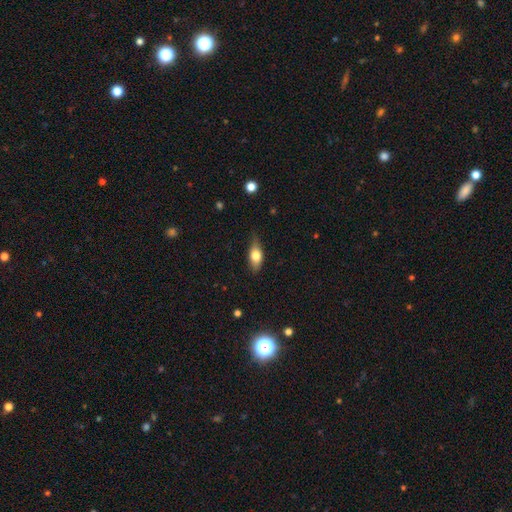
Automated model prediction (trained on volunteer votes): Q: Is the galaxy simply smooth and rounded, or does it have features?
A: smooth — 67%.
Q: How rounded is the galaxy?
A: in between — 77%.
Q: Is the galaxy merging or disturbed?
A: none — 75%.